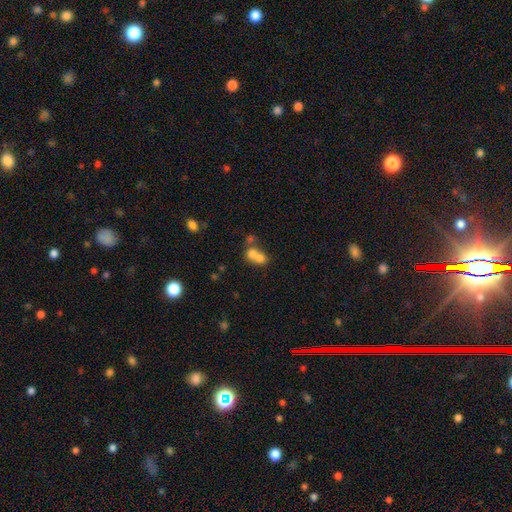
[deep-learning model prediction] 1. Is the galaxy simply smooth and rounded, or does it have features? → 68% smooth, 20% featured or disk, 12% star or artifact.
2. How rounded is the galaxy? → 63% round, 35% in between, 1% cigar-shaped.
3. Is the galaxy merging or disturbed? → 68% merger, 23% none, 5% minor disturbance, 4% major disturbance.